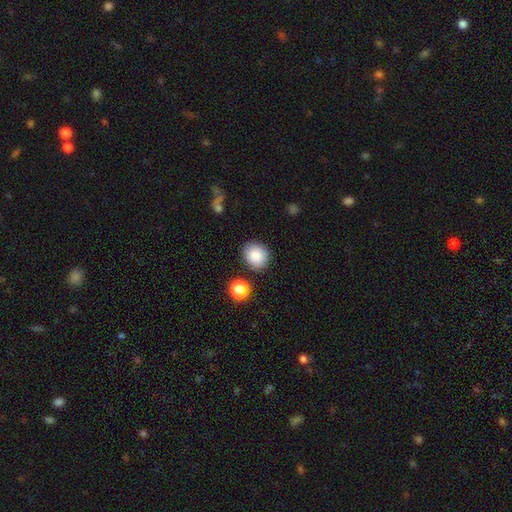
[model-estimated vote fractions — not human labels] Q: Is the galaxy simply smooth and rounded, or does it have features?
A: smooth — 85%.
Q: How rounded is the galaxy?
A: round — 78%.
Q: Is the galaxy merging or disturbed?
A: none — 81%.